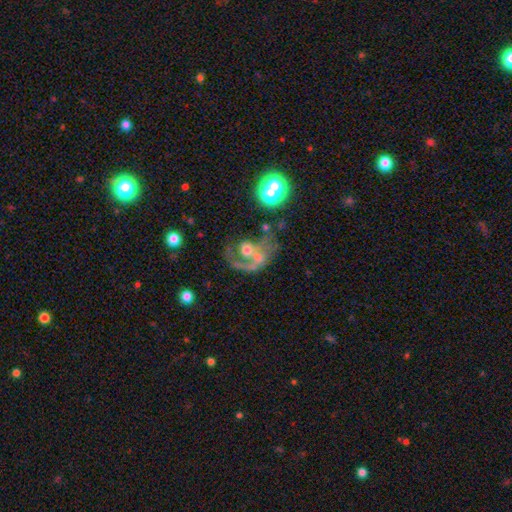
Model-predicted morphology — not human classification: Q: Smooth or featured?
A: featured or disk (58%); runner-up: smooth (28%)
Q: Edge-on disk?
A: no (98%); runner-up: yes (2%)
Q: Bar?
A: no (80%); runner-up: weak (15%)
Q: Spiral arms?
A: no (52%); runner-up: yes (48%)
Q: Bulge size?
A: moderate (46%); runner-up: small (20%)
Q: Merging?
A: major disturbance (34%); runner-up: merger (31%)